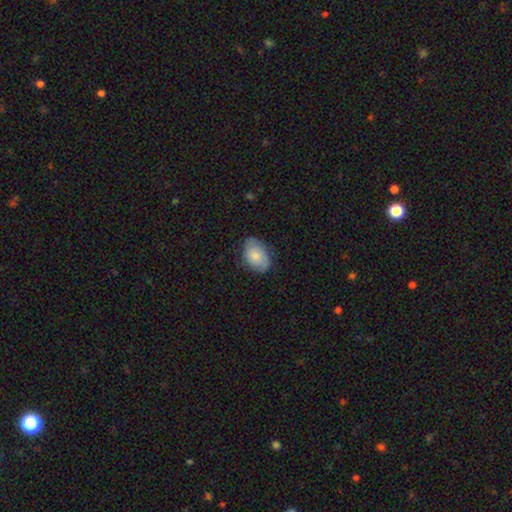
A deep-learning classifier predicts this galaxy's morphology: Overall: smooth (69%). How rounded: in between (87%). Merging: none (75%).